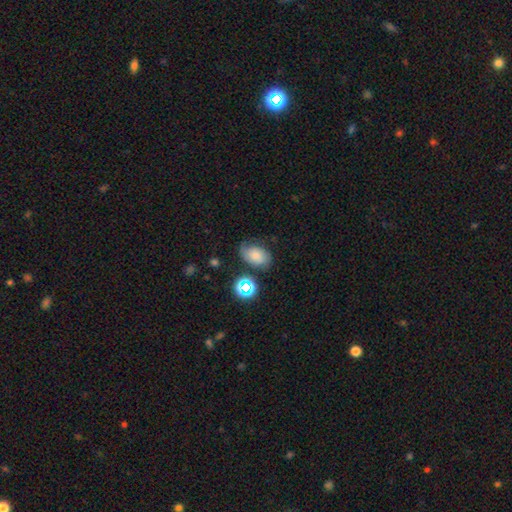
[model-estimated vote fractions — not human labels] The model was most divided on "merging": none: 56%, minor disturbance: 28%, major disturbance: 10%, merger: 6%. More confident: how rounded — in between (82%); smooth or featured — smooth (60%).